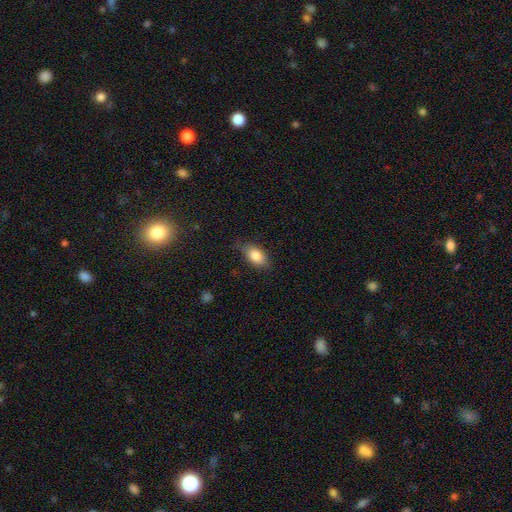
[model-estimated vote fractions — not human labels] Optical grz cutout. It shows a smooth galaxy with no disk features (83%) that is in between round and cigar-shaped (89%). Merging: none (76%).